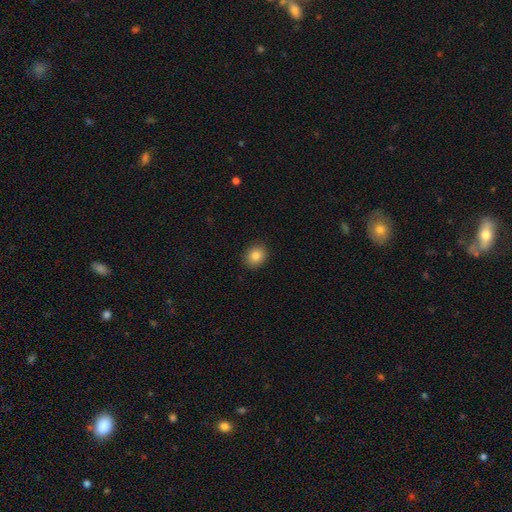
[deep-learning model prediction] Smooth or featured? Predicted: smooth (p=0.85). How rounded? Predicted: round (p=0.66). Merging? Predicted: none (p=0.90).